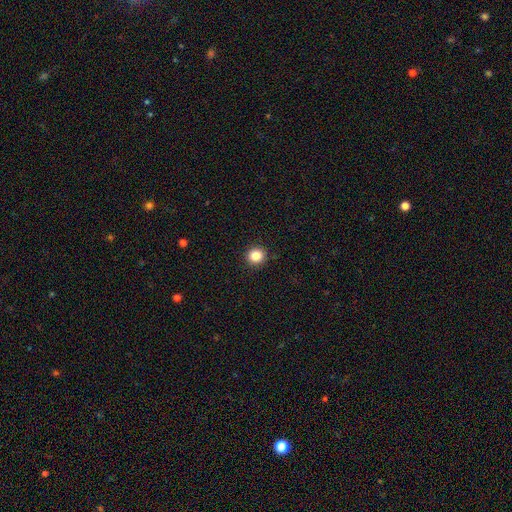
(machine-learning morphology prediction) Smooth or featured: smooth — 85% (star or artifact — 11%)
How rounded: round — 92% (in between — 7%)
Merging: none — 92% (minor disturbance — 5%)